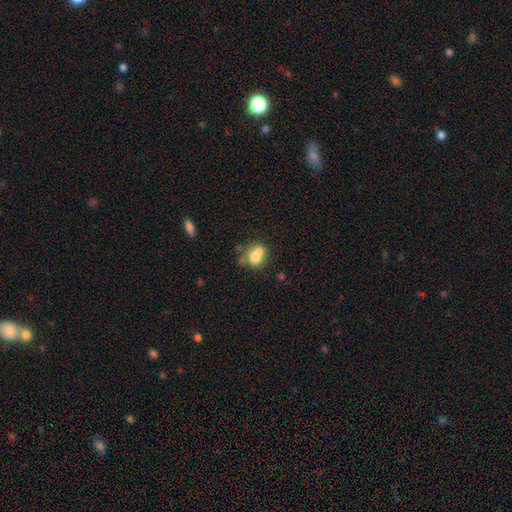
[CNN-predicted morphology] This appears to be a smooth galaxy with no disk features (68%) that is round (66%). Merging: merger (51%).